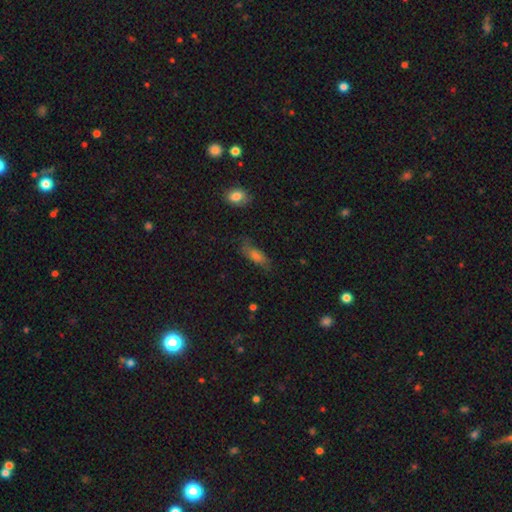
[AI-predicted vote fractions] Smooth or featured? smooth (61%)
How rounded? in between (58%)
Merging? none (70%)